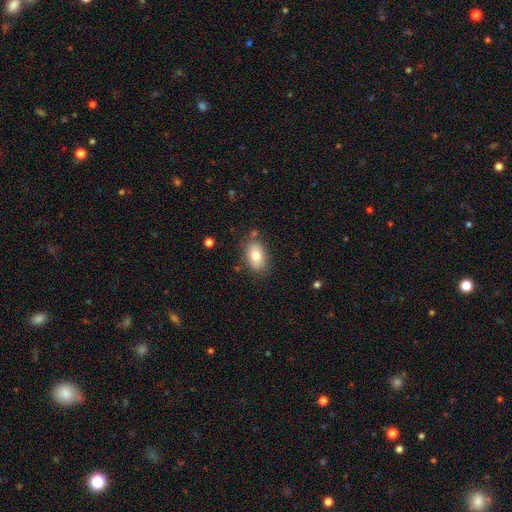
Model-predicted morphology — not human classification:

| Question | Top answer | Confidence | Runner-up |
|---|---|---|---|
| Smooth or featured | smooth | 79% | featured or disk (14%) |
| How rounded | in between | 89% | round (9%) |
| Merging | none | 78% | minor disturbance (14%) |